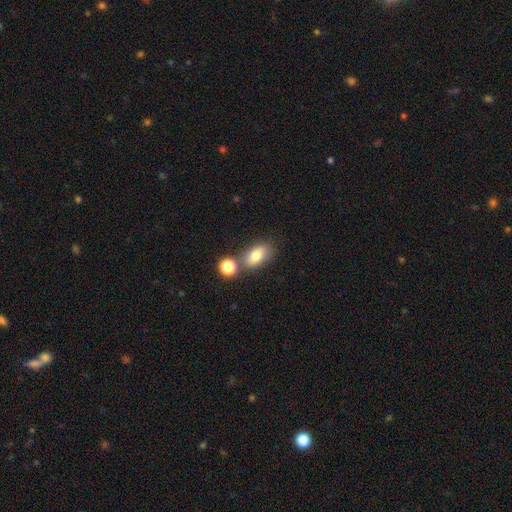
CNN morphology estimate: This appears to be a smooth galaxy with no disk features (78%) that is in between round and cigar-shaped (85%). Merging: none (63%).